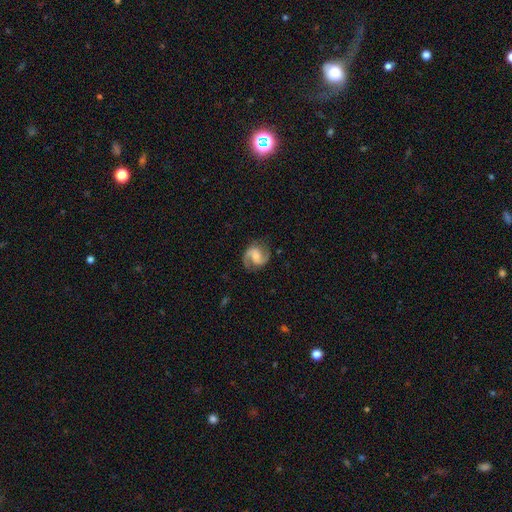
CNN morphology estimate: Smooth or featured? featured or disk (89%)
Edge-on disk? no (98%)
Bar? weak (44%)
Spiral arms? yes (98%)
Spiral winding? medium (59%)
Spiral arm count? 2 (94%)
Bulge size? moderate (42%)
Merging? none (83%)